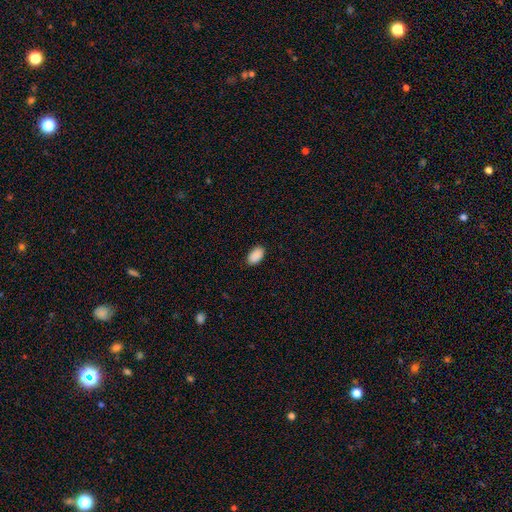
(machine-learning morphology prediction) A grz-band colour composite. It shows a smooth galaxy with no disk features (90%) that is in between round and cigar-shaped (94%). Merging: none (88%).